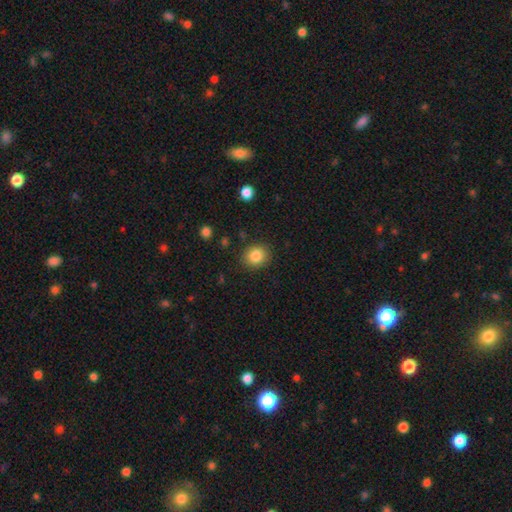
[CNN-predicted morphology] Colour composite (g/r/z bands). It shows a smooth galaxy with no disk features (85%) that is round (75%). Merging: none (87%).